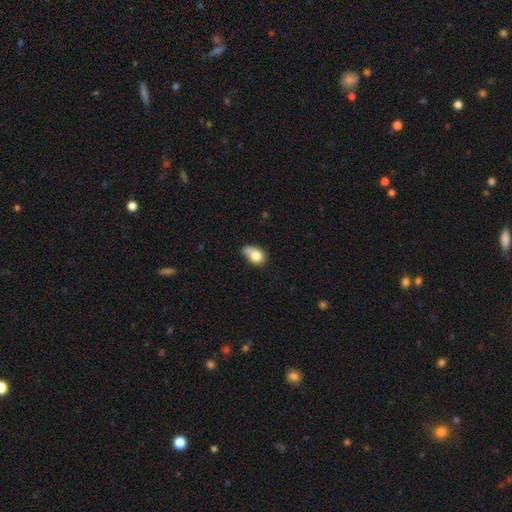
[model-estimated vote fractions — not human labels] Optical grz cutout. It shows a smooth galaxy with no disk features (77%) that is in between round and cigar-shaped (61%). Merging: none (32%).